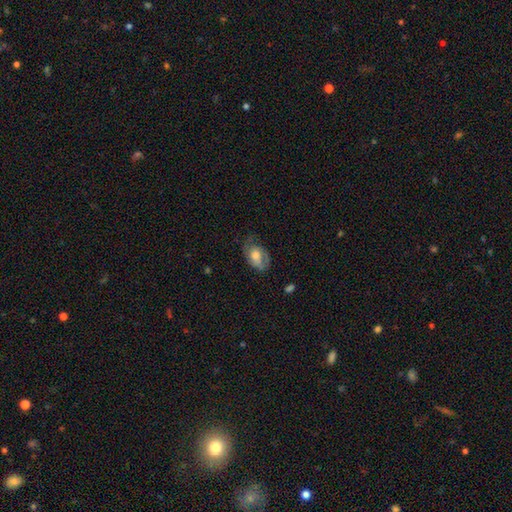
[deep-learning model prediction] smooth_or_featured: smooth (p=0.50) [alt: featured or disk p=0.42]
how_rounded: in between (p=0.83) [alt: round p=0.16]
merging: none (p=0.49) [alt: minor disturbance p=0.30]